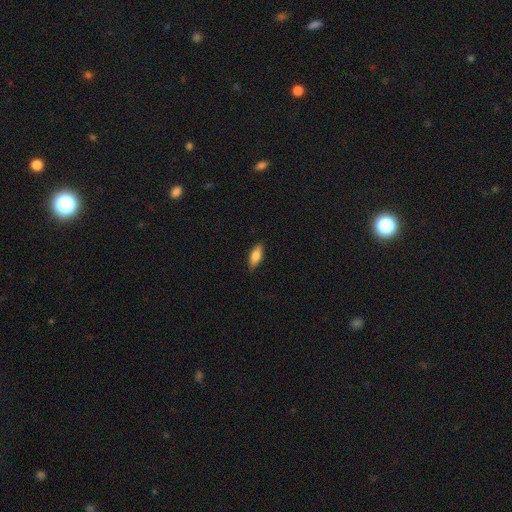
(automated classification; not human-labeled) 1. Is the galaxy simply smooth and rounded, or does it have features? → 80% smooth, 13% featured or disk, 6% star or artifact.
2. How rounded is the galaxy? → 77% in between, 20% cigar-shaped, 2% round.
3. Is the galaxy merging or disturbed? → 84% none, 13% minor disturbance, 2% major disturbance, 1% merger.